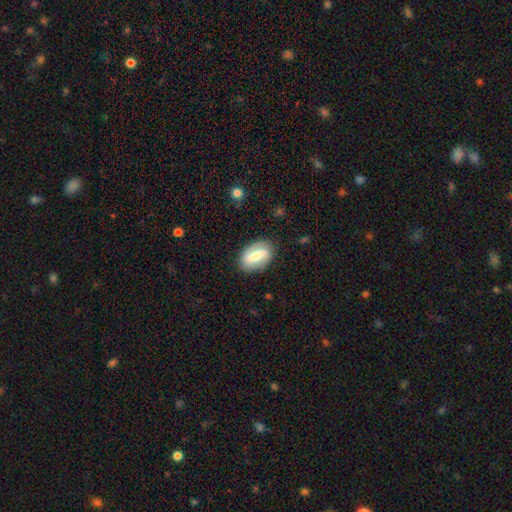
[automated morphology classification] A featured or disk galaxy (52%). Merging: none (82%).